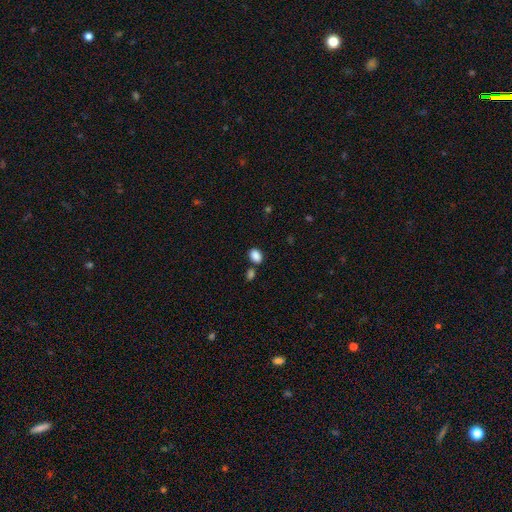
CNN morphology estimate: Overall: smooth (87%). How rounded: in between (81%). Merging: none (70%).